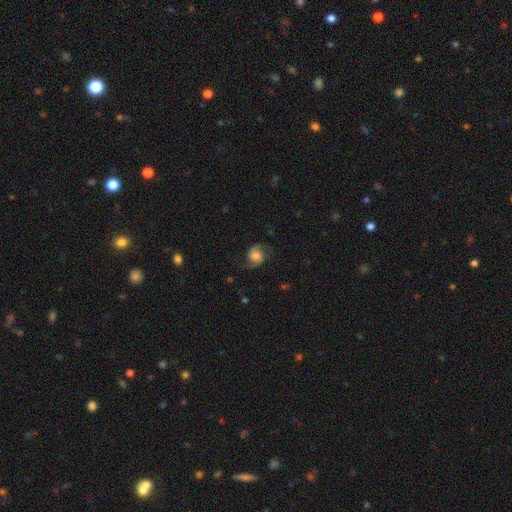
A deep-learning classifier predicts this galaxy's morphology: This appears to be a featured or disk galaxy (67%) with no bar (60%), 2 (90%) loose (45%) spiral arms (94%) and a moderate central bulge (46%). Merging: none (72%).